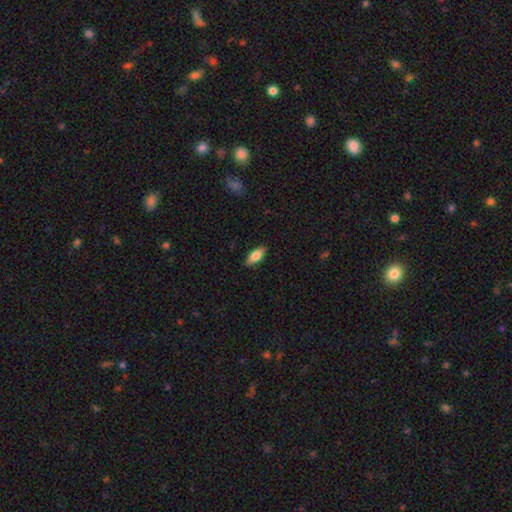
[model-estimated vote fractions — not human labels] This is likely a smooth galaxy (72%). How rounded: clearly in between (81%). Merging: clearly none (88%).